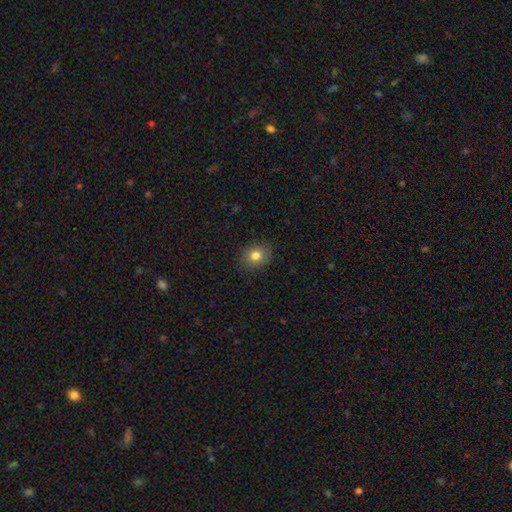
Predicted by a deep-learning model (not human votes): smooth_or_featured: smooth (p=0.79) [alt: star or artifact p=0.11]
how_rounded: round (p=0.60) [alt: in between p=0.39]
merging: none (p=0.88) [alt: minor disturbance p=0.09]